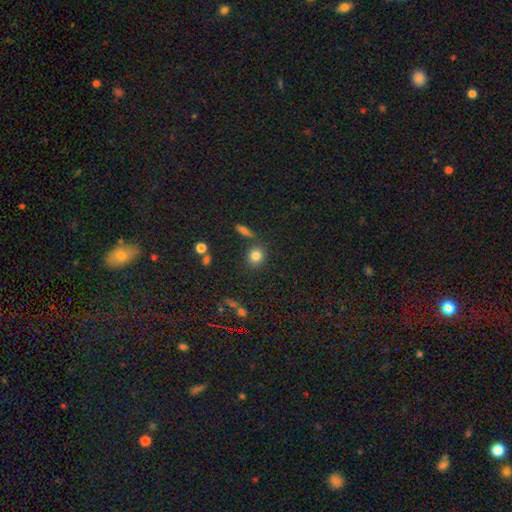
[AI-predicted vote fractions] smooth 81%, star or artifact 12%, featured or disk 7%. Down the decision tree: how rounded — round (78%); merging — none (80%).